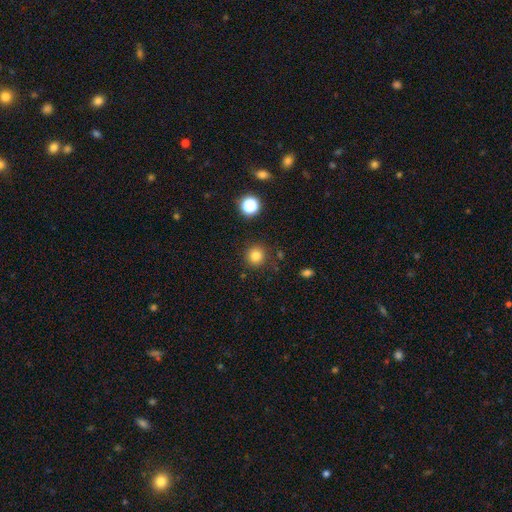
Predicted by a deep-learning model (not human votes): Morphology: type=smooth (81%); roundness=round (93%); merging=none (86%).